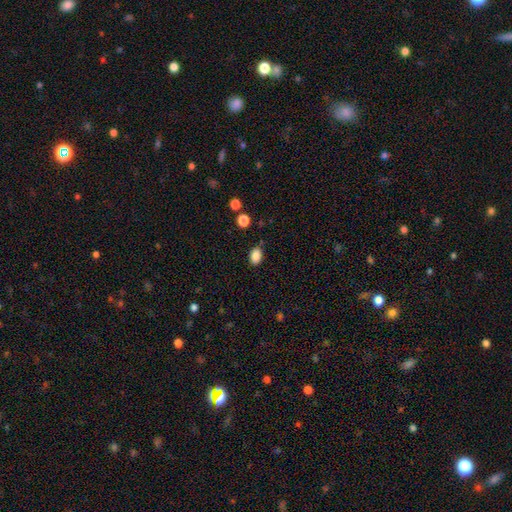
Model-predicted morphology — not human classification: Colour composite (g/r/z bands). It shows a smooth galaxy with no disk features (87%) that is in between round and cigar-shaped (80%). Merging: none (82%).